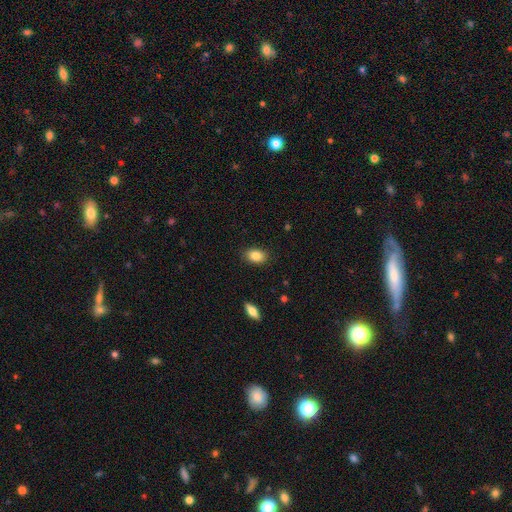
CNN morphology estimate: A smooth galaxy with no disk features (85%) that is in between round and cigar-shaped (80%). Merging: none (88%).